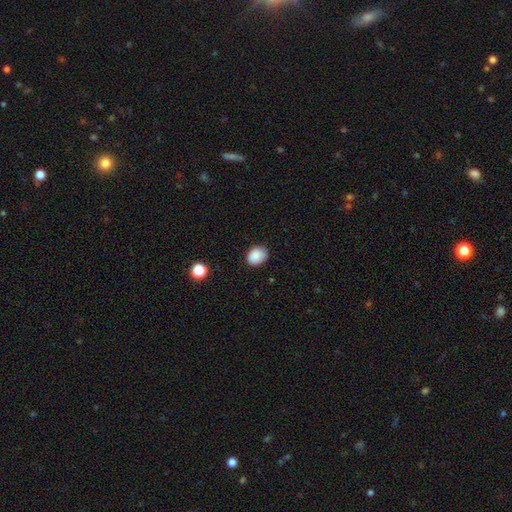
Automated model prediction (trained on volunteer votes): Smooth or featured? Predicted: smooth (p=0.87). How rounded? Predicted: in between (p=0.50). Merging? Predicted: none (p=0.82).